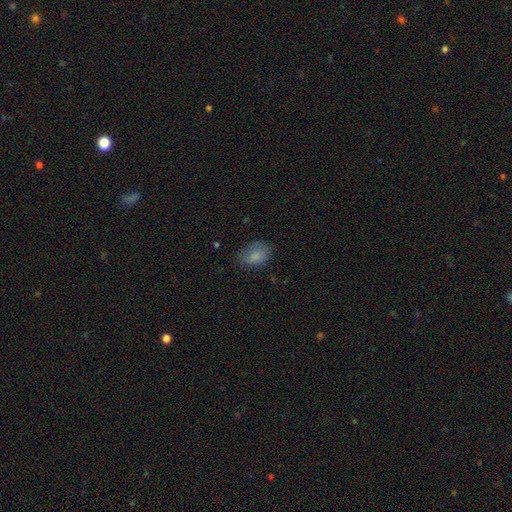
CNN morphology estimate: smooth-or-featured: smooth: 80% | featured or disk: 10% | star or artifact: 9%
  how-rounded: in between: 75% | round: 24% | cigar-shaped: 1%
  merging: none: 64% | minor disturbance: 25% | major disturbance: 9% | merger: 2%